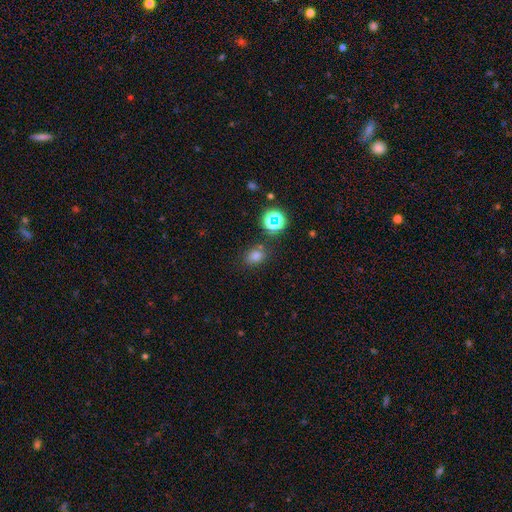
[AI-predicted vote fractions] Smooth or featured? Predicted: smooth (p=0.71). How rounded? Predicted: in between (p=0.56). Merging? Predicted: none (p=0.76).